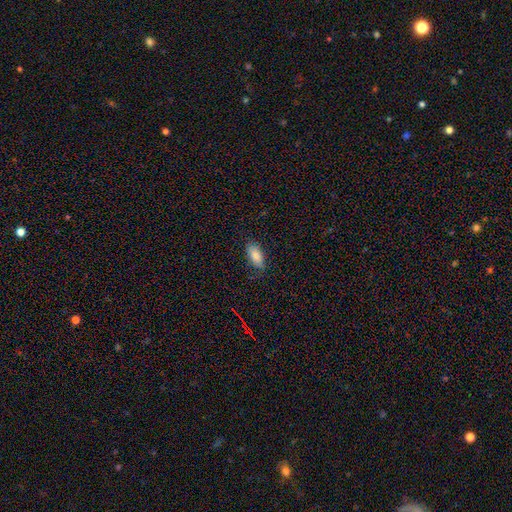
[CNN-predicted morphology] Smooth or featured?
  - smooth: 84% *
  - featured or disk: 9%
  - star or artifact: 7%
How rounded?
  - in between: 89% *
  - cigar-shaped: 9%
  - round: 2%
Merging?
  - none: 81% *
  - minor disturbance: 15%
  - major disturbance: 3%
  - merger: 1%